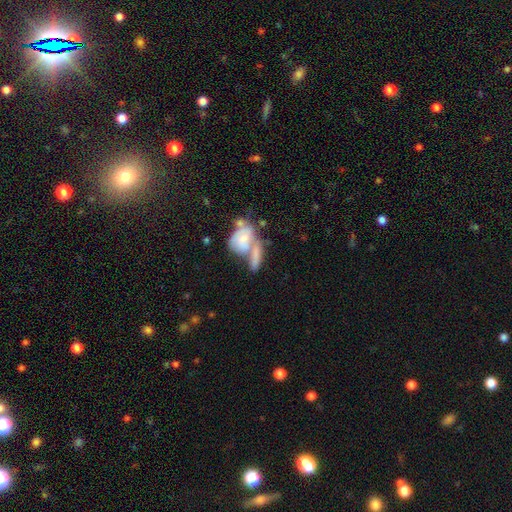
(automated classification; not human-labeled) This is possibly a smooth galaxy (58%). How rounded: likely in between (63%). Merging: likely merger (60%).